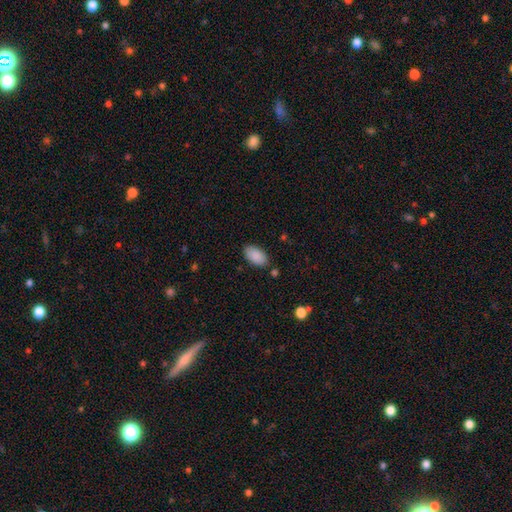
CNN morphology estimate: This is clearly a smooth galaxy (90%). How rounded: clearly in between (95%). Merging: clearly none (84%).